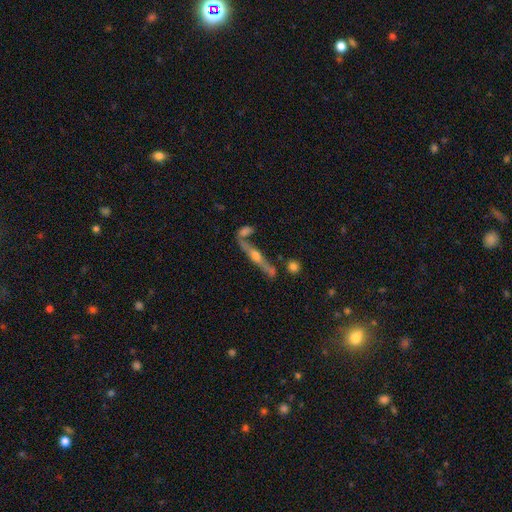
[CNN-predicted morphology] Overall: featured or disk (70%). Edge-on disk: yes (91%). Edge-on bulge: rounded (90%). Merging: none (63%).